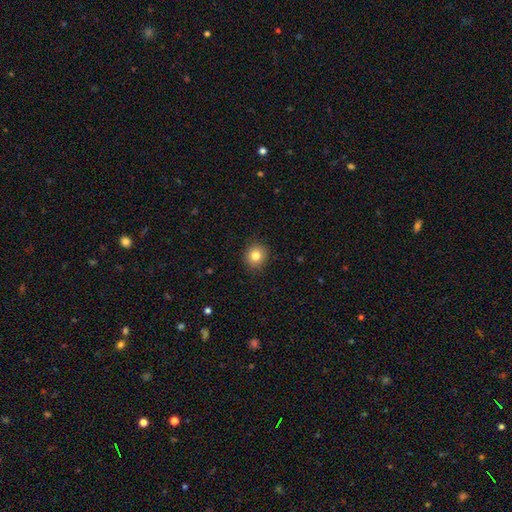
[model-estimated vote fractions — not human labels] smooth 82%, star or artifact 11%, featured or disk 7%. Down the decision tree: how rounded — round (89%); merging — none (90%).